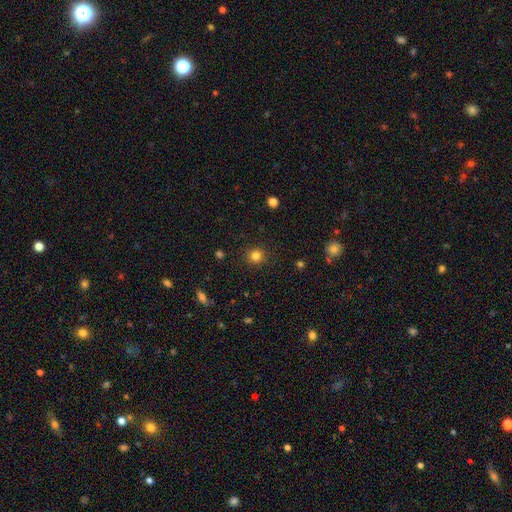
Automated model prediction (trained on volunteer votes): Smooth or featured? smooth (82%)
How rounded? round (93%)
Merging? none (91%)